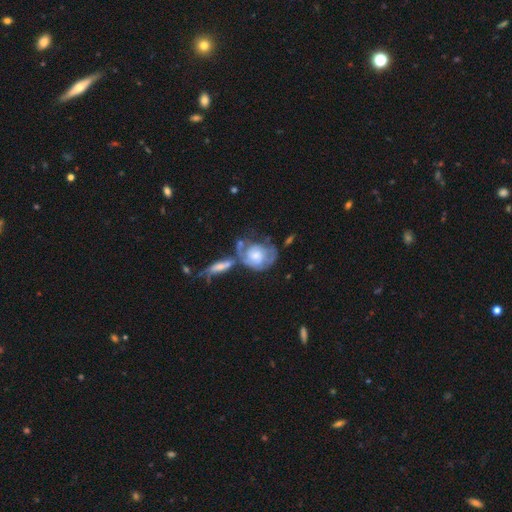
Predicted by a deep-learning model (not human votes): This appears to be a featured or disk galaxy (65%) with no bar (76%), spiral arms (74%) and a moderate central bulge (41%). Merging: merger (35%).